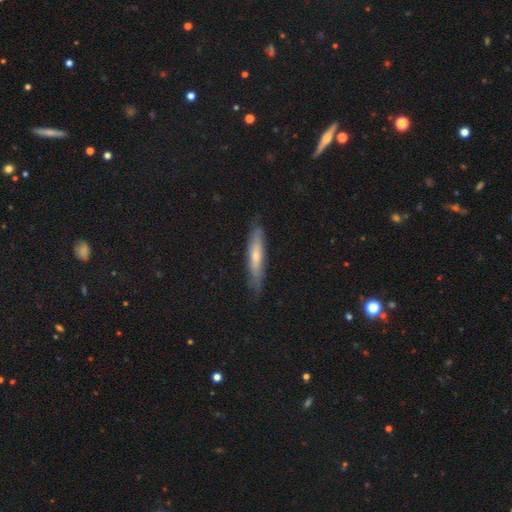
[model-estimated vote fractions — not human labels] Smooth or featured? Predicted: featured or disk (p=0.50). Merging? Predicted: none (p=0.81).